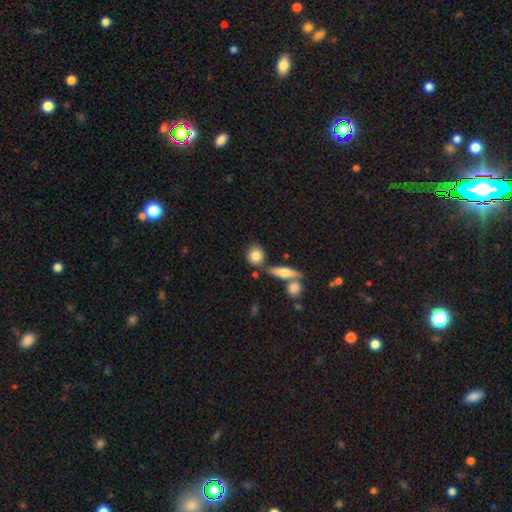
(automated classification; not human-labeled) This is clearly a smooth galaxy (80%). How rounded: likely round (73%). Merging: likely none (71%).